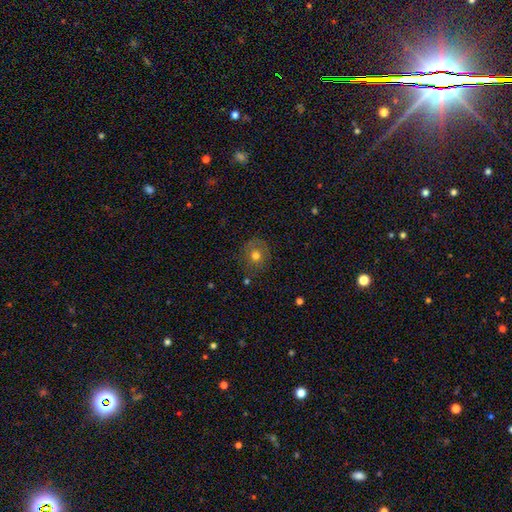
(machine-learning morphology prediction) Smooth or featured? smooth (69%)
How rounded? round (82%)
Merging? none (74%)